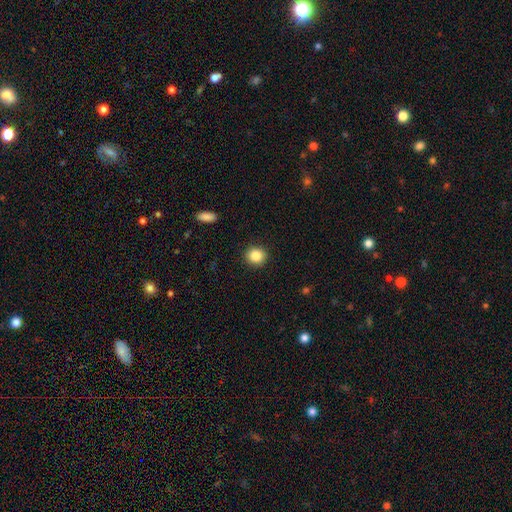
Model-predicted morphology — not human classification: A smooth galaxy with no disk features (85%) that is round (89%).

Vote fractions:
- Smooth or featured? smooth: 85% / star or artifact: 10% / featured or disk: 5%
- How rounded? round: 89% / in between: 10% / cigar-shaped: 1%
- Merging? none: 92% / minor disturbance: 5% / major disturbance: 2% / merger: 1%